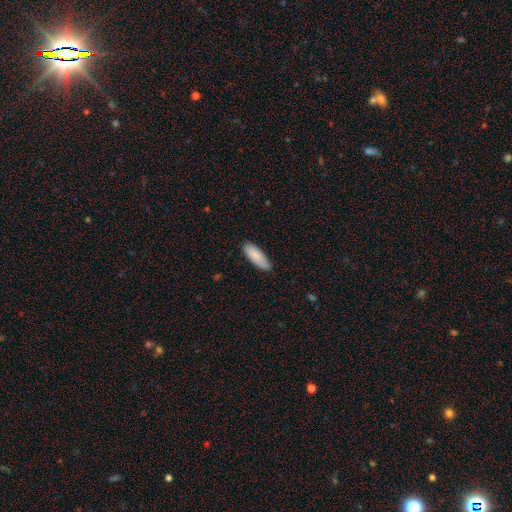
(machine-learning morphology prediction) A smooth galaxy with no disk features (86%) that is in between round and cigar-shaped (67%).

Vote fractions:
- Smooth or featured? smooth: 86% / featured or disk: 8% / star or artifact: 6%
- How rounded? in between: 67% / cigar-shaped: 31% / round: 2%
- Merging? none: 82% / minor disturbance: 15% / major disturbance: 2% / merger: 1%